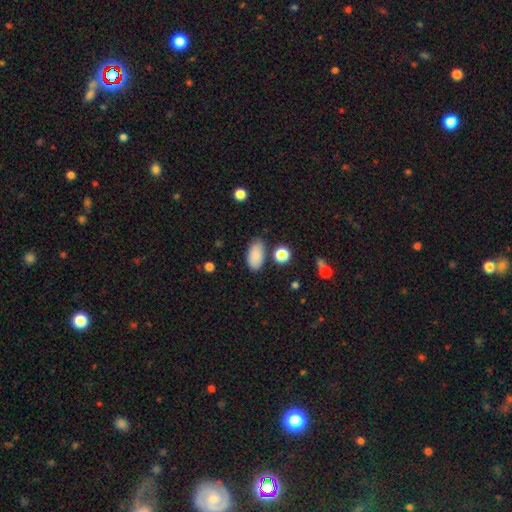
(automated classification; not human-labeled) Smooth or featured? smooth (86%)
How rounded? in between (92%)
Merging? none (75%)